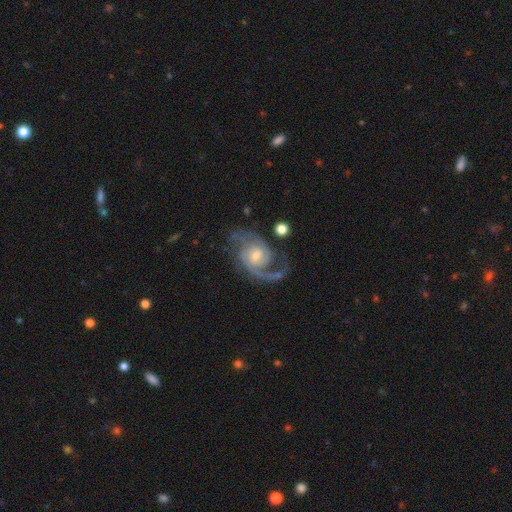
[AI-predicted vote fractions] Smooth or featured?
  - featured or disk: 91% *
  - star or artifact: 5%
  - smooth: 4%
Edge-on disk?
  - no: 98% *
  - yes: 2%
Bar?
  - no: 56% *
  - weak: 37%
  - strong: 7%
Spiral arms?
  - yes: 98% *
  - no: 2%
Spiral winding?
  - medium: 52% *
  - tight: 28%
  - loose: 20%
Spiral arm count?
  - 2: 70% *
  - 3: 10%
  - can't tell: 7%
  - 1: 7%
  - 4: 3%
  - more than 4: 3%
Bulge size?
  - small: 51% *
  - moderate: 43%
  - large: 3%
  - none: 2%
  - dominant: 1%
Merging?
  - none: 65% *
  - minor disturbance: 17%
  - major disturbance: 15%
  - merger: 3%